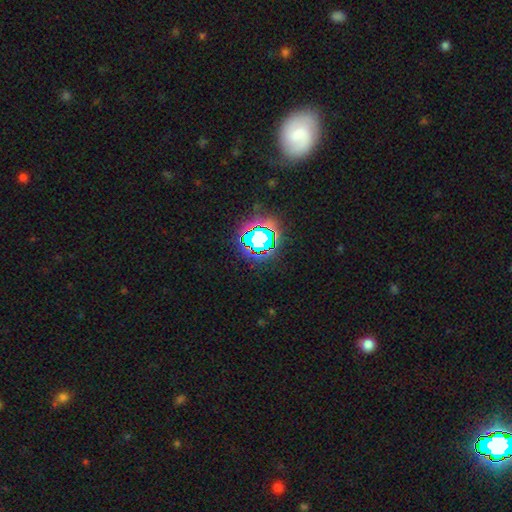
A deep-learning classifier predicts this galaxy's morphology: A star or artifact, not a galaxy (71%).

Vote fractions:
- Smooth or featured? star or artifact: 71% / smooth: 18% / featured or disk: 12%